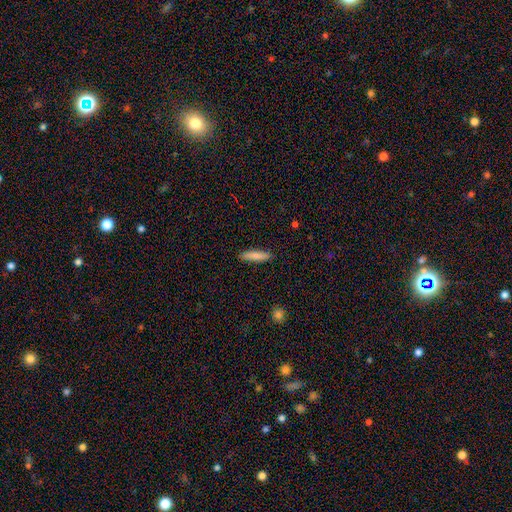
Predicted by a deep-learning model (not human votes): smooth 82%, featured or disk 12%, star or artifact 6%. Down the decision tree: how rounded — cigar-shaped (84%); merging — none (90%).